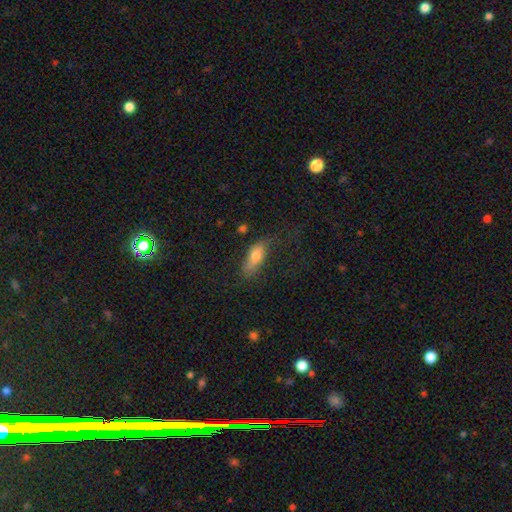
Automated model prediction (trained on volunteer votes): Smooth or featured: smooth — 72% (featured or disk — 20%)
How rounded: in between — 68% (cigar-shaped — 29%)
Merging: none — 53% (minor disturbance — 27%)